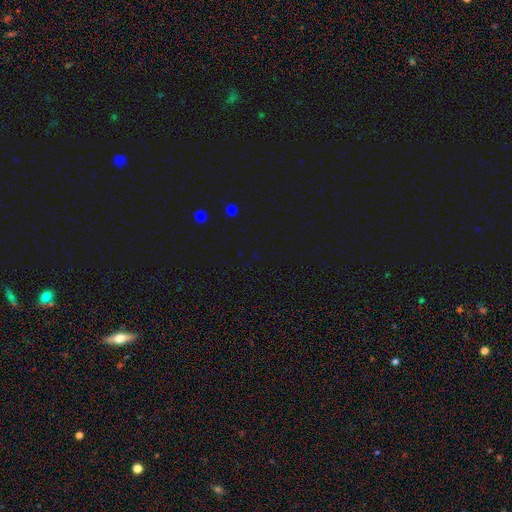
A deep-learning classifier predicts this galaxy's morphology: A star or artifact, not a galaxy (68%).